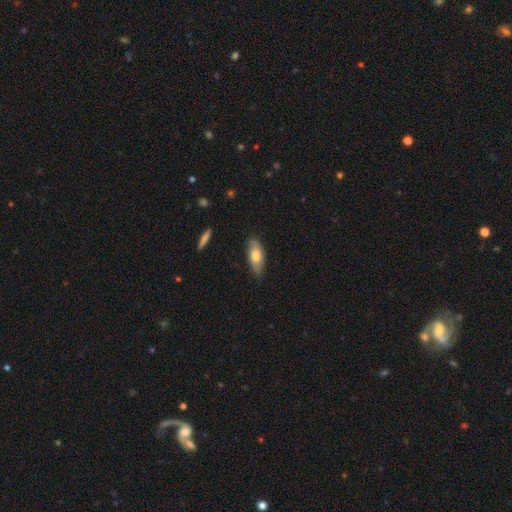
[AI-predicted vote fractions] Smooth or featured? Predicted: smooth (p=0.68). How rounded? Predicted: in between (p=0.78). Merging? Predicted: none (p=0.79).